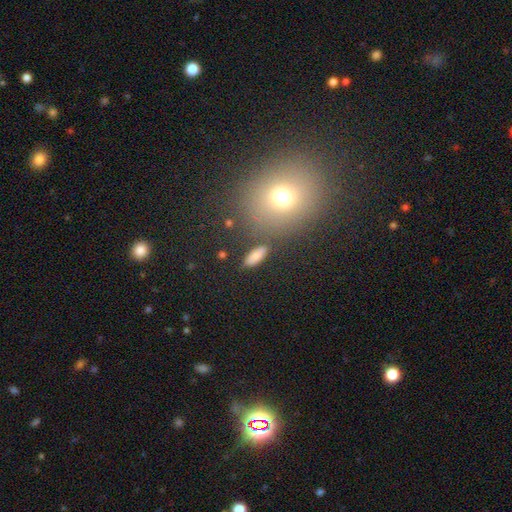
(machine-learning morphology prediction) A smooth galaxy with no disk features (74%) that is in between round and cigar-shaped (56%). Merging: none (81%).